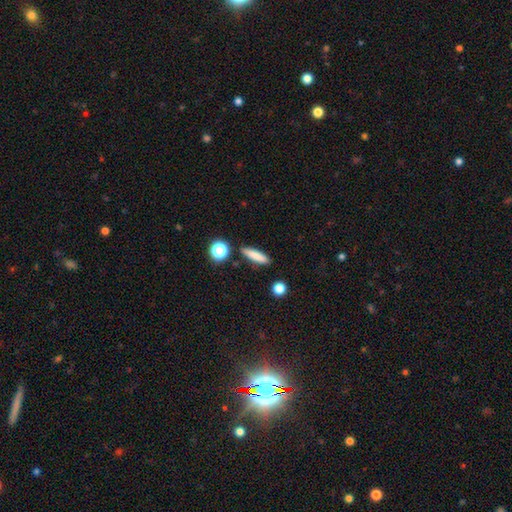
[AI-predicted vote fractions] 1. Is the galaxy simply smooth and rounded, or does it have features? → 80% smooth, 11% featured or disk, 9% star or artifact.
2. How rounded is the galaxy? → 76% cigar-shaped, 19% in between, 4% round.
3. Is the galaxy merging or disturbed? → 87% none, 8% minor disturbance, 3% merger, 2% major disturbance.